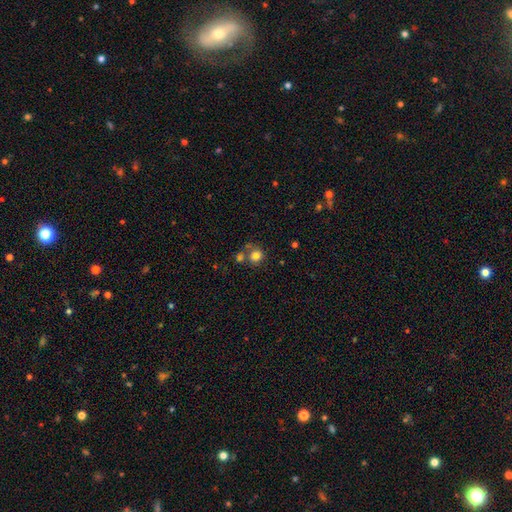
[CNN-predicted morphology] Q: Smooth or featured?
A: smooth (80%); runner-up: star or artifact (12%)
Q: How rounded?
A: round (84%); runner-up: in between (15%)
Q: Merging?
A: none (58%); runner-up: merger (26%)